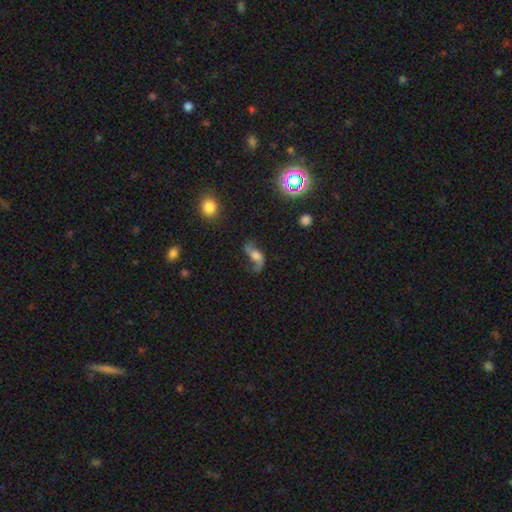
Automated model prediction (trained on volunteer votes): Q: Smooth or featured?
A: featured or disk (79%); runner-up: smooth (12%)
Q: Edge-on disk?
A: no (95%); runner-up: yes (5%)
Q: Bar?
A: no (54%); runner-up: weak (35%)
Q: Spiral arms?
A: yes (95%); runner-up: no (5%)
Q: Spiral winding?
A: loose (86%); runner-up: medium (11%)
Q: Spiral arm count?
A: 2 (91%); runner-up: 1 (4%)
Q: Bulge size?
A: moderate (38%); runner-up: large (25%)
Q: Merging?
A: none (65%); runner-up: minor disturbance (17%)